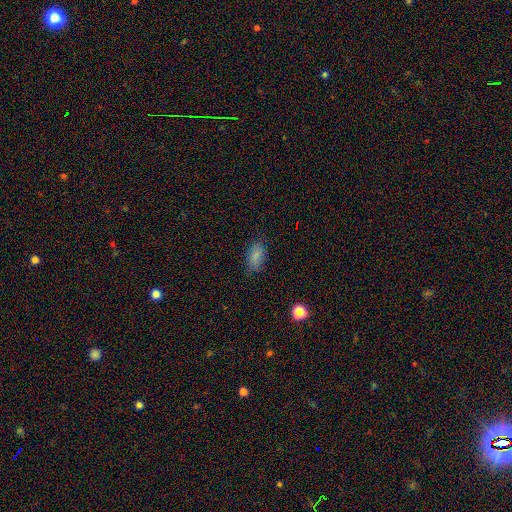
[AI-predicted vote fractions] This appears to be a smooth galaxy with no disk features (84%) that is in between round and cigar-shaped (91%). Merging: none (81%).